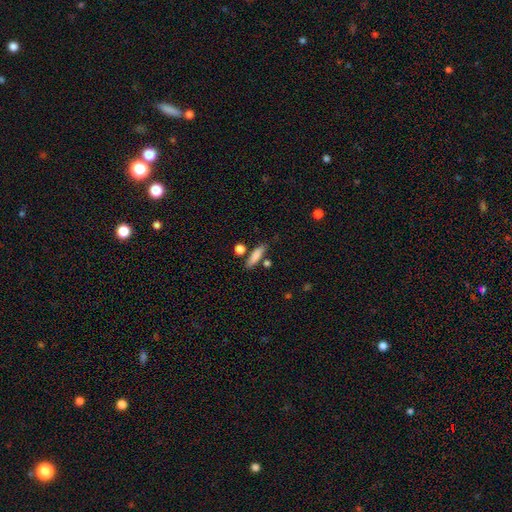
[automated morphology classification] Smooth or featured: smooth — 83% (featured or disk — 11%)
How rounded: cigar-shaped — 64% (in between — 33%)
Merging: none — 76% (minor disturbance — 13%)